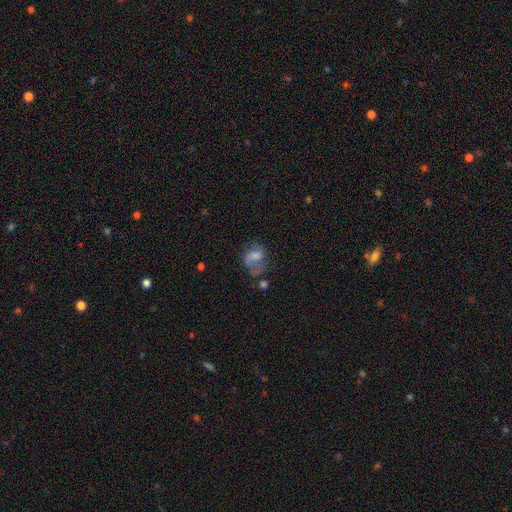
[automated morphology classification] smooth 47%, featured or disk 42%, star or artifact 11%. Down the decision tree: merging — none (39%).